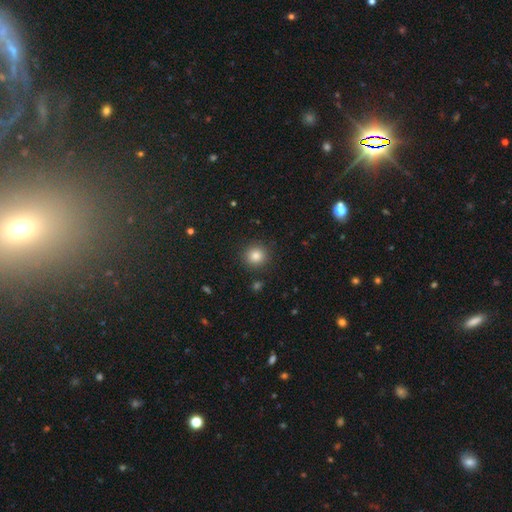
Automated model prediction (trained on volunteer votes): A smooth galaxy with no disk features (83%) that is round (93%). Merging: none (90%).